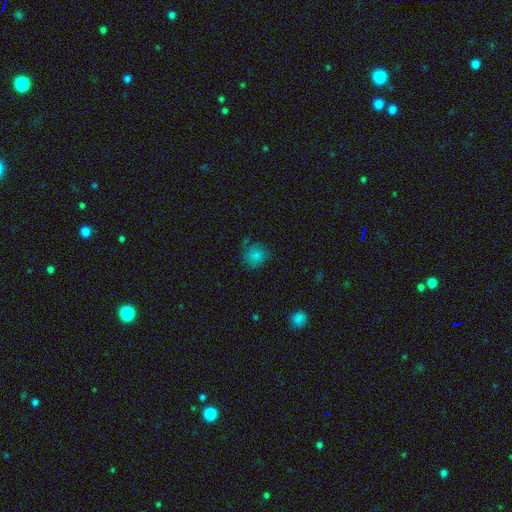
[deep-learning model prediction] This appears to be a smooth galaxy with no disk features (79%) that is round (86%). Merging: none (67%).